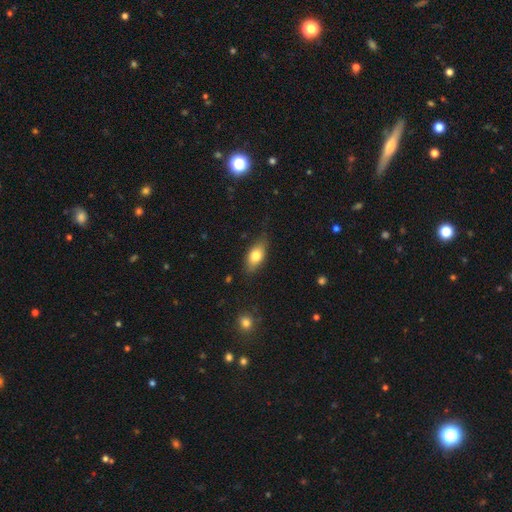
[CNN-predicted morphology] Smooth or featured? Predicted: smooth (p=0.75). How rounded? Predicted: in between (p=0.85). Merging? Predicted: none (p=0.76).